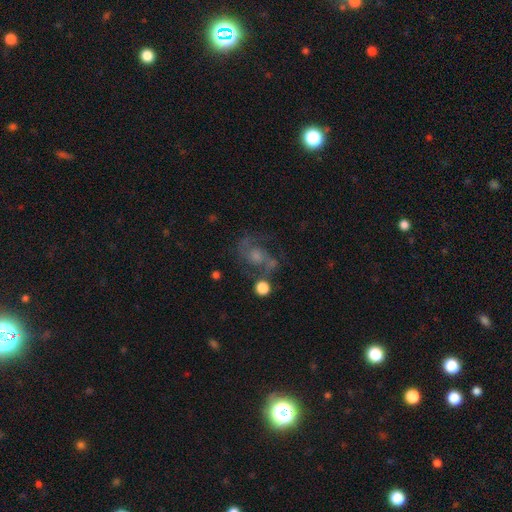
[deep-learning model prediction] The model was most divided on "bulge size": moderate: 42%, small: 34%, none: 13%, large: 8%, dominant: 2%. More confident: edge-on disk — no (97%); spiral arms — yes (86%); spiral arm count — 2 (80%); smooth or featured — featured or disk (64%); bar — no (64%); merging — none (58%); spiral winding — medium (51%).